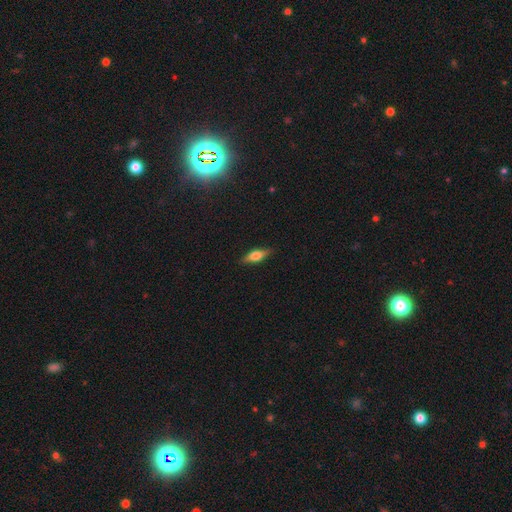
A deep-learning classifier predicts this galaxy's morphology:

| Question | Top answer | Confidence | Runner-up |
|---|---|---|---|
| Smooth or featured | smooth | 53% | featured or disk (40%) |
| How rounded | in between | 56% | cigar-shaped (40%) |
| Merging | none | 86% | minor disturbance (10%) |